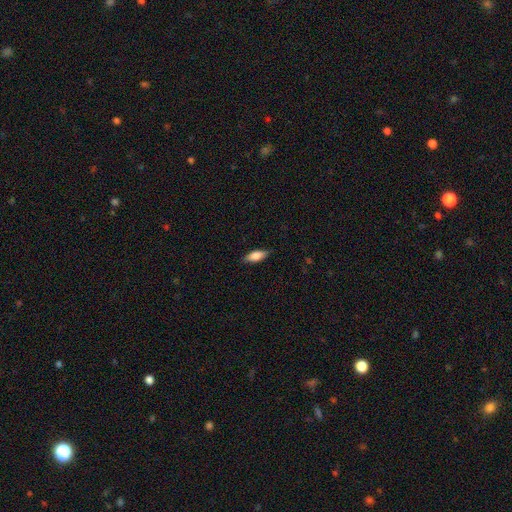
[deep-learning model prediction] Smooth or featured? Predicted: smooth (p=0.78). How rounded? Predicted: in between (p=0.72). Merging? Predicted: none (p=0.84).